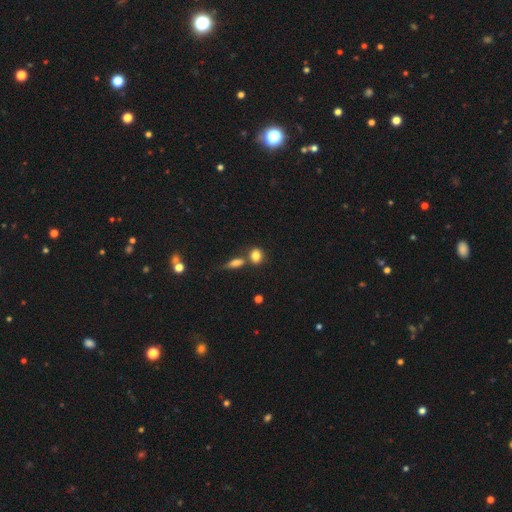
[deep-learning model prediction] Overall: smooth (81%). How rounded: round (49%; in between 47%). Merging: none (54%; merger 30%).